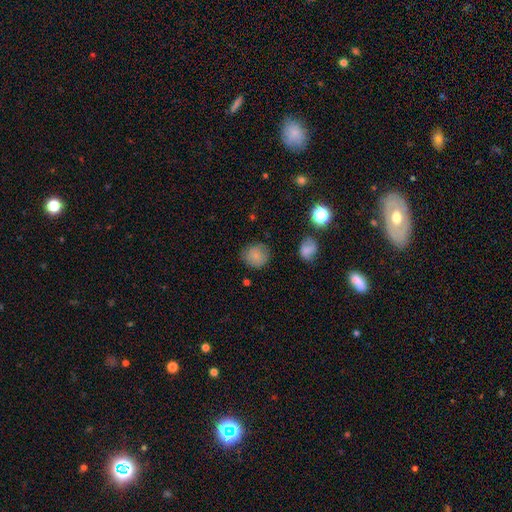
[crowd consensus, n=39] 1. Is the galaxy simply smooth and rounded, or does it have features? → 79% smooth, 10% featured or disk, 10% star or artifact.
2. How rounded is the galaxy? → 87% round, 13% in between, 0% cigar-shaped.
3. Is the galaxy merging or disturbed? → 83% none, 9% minor disturbance, 9% major disturbance, 0% merger.